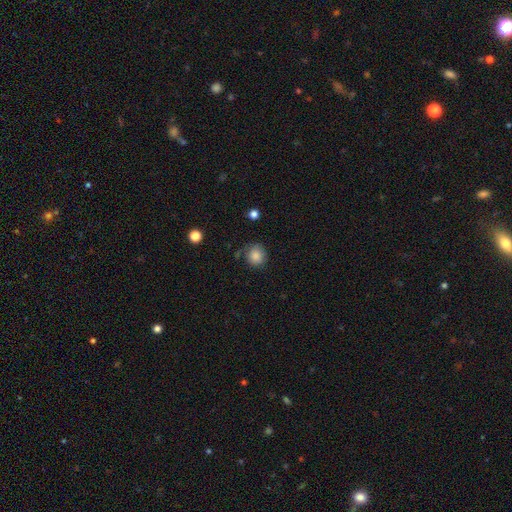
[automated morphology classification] Smooth or featured? smooth (86%)
How rounded? round (88%)
Merging? none (75%)